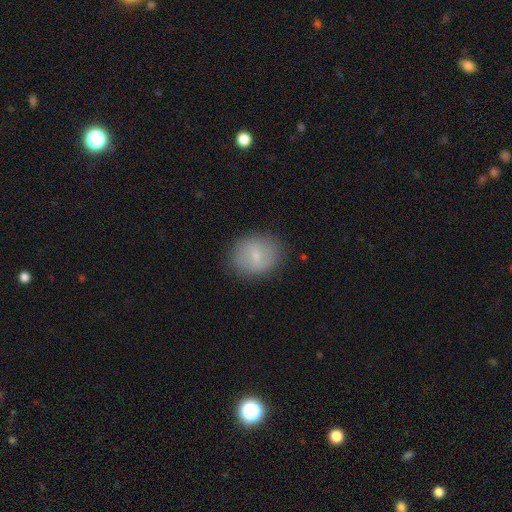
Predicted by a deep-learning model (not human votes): smooth 67%, featured or disk 24%, star or artifact 8%. Down the decision tree: how rounded — round (63%); merging — none (84%).